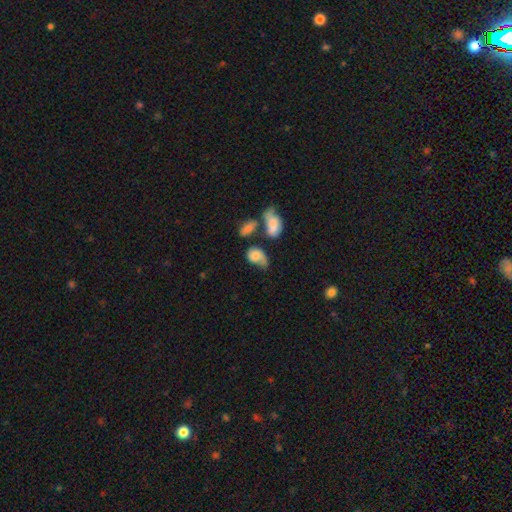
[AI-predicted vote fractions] smooth 59%, featured or disk 32%, star or artifact 9%. Down the decision tree: how rounded — in between (76%); merging — major disturbance (28%).